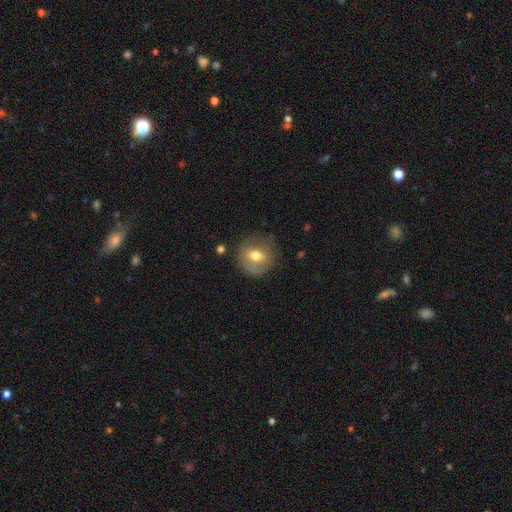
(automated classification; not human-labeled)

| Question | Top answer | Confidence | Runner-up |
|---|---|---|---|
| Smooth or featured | smooth | 55% | featured or disk (37%) |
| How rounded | round | 81% | in between (18%) |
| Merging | none | 74% | minor disturbance (18%) |